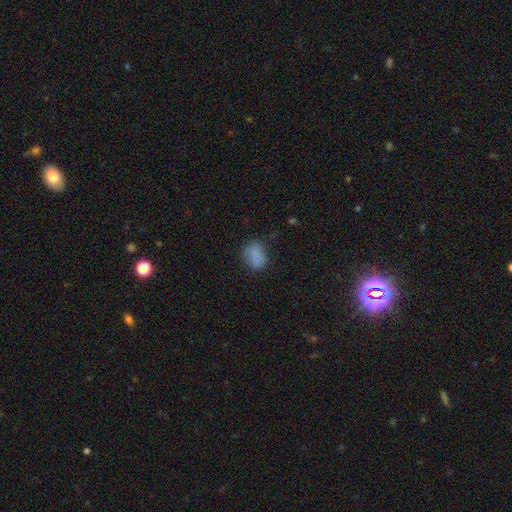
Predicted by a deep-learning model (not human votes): Q: Smooth or featured?
A: smooth (83%); runner-up: star or artifact (11%)
Q: How rounded?
A: in between (74%); runner-up: round (24%)
Q: Merging?
A: none (66%); runner-up: minor disturbance (24%)